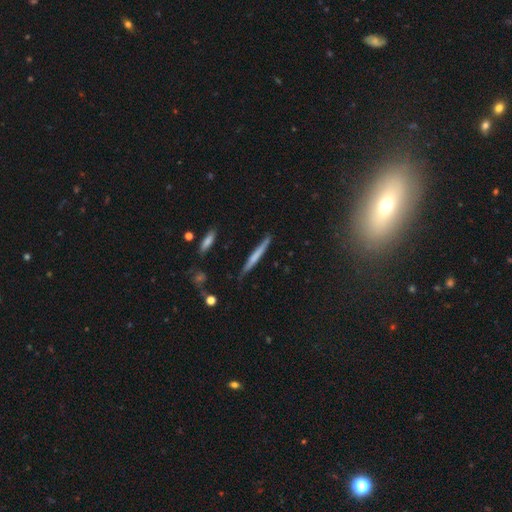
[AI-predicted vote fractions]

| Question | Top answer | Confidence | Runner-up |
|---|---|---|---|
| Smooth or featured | smooth | 57% | featured or disk (37%) |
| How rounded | cigar-shaped | 96% | in between (3%) |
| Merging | none | 84% | minor disturbance (12%) |